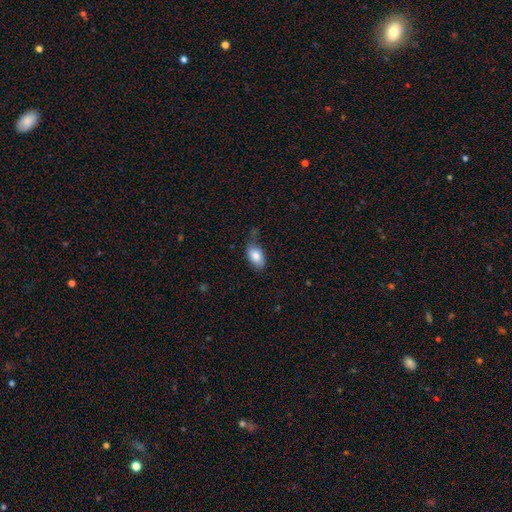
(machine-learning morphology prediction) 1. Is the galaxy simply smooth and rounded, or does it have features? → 83% smooth, 10% featured or disk, 7% star or artifact.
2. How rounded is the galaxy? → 91% in between, 7% round, 2% cigar-shaped.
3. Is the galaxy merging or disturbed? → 61% none, 28% minor disturbance, 7% major disturbance, 4% merger.